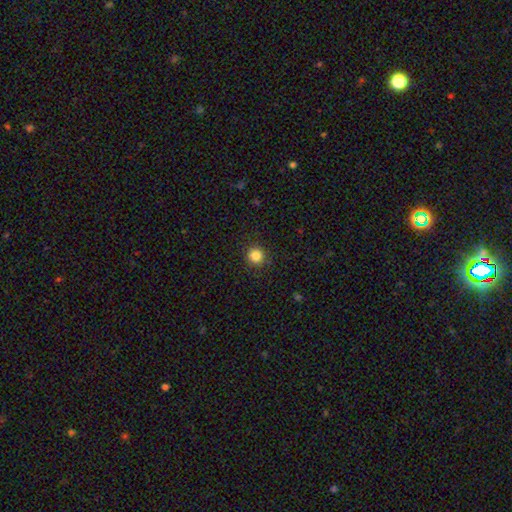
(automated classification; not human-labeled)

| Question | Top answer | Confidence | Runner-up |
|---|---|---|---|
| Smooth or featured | smooth | 85% | star or artifact (11%) |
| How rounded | round | 93% | in between (6%) |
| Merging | none | 91% | minor disturbance (6%) |